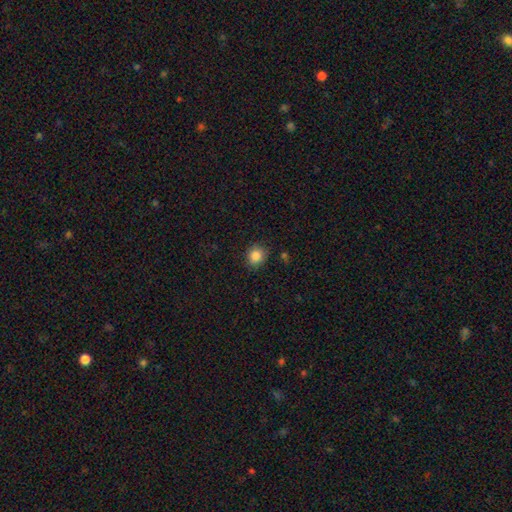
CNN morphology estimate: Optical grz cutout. It shows a smooth galaxy with no disk features (86%) that is round (82%). Merging: none (86%).